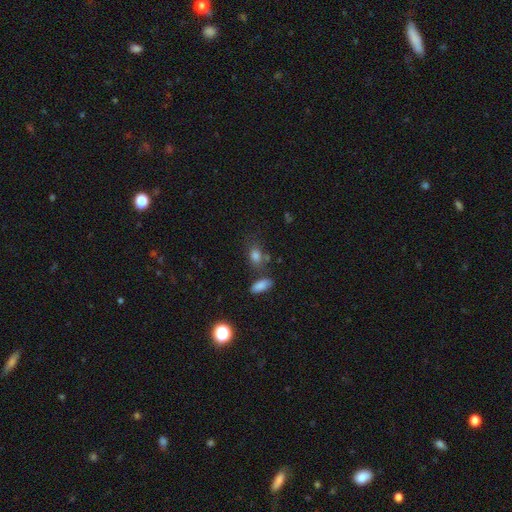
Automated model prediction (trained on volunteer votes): smooth-or-featured: smooth: 80% | star or artifact: 11% | featured or disk: 8%
  how-rounded: in between: 74% | round: 22% | cigar-shaped: 3%
  merging: none: 60% | minor disturbance: 18% | merger: 15% | major disturbance: 7%